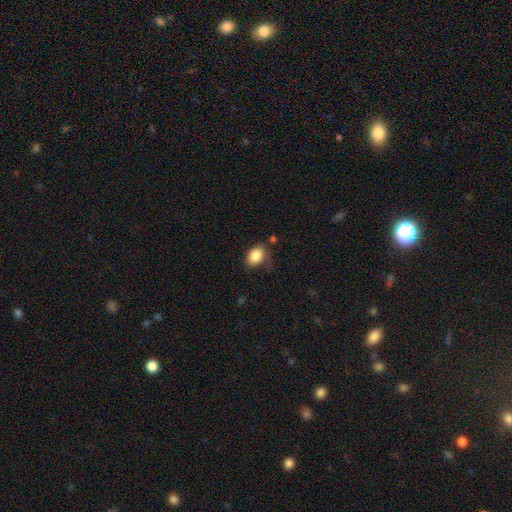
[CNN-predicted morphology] A smooth galaxy with no disk features (86%) that is in between round and cigar-shaped (73%).

Vote fractions:
- Smooth or featured? smooth: 86% / star or artifact: 8% / featured or disk: 6%
- How rounded? in between: 73% / round: 26% / cigar-shaped: 1%
- Merging? none: 63% / minor disturbance: 25% / major disturbance: 8% / merger: 4%